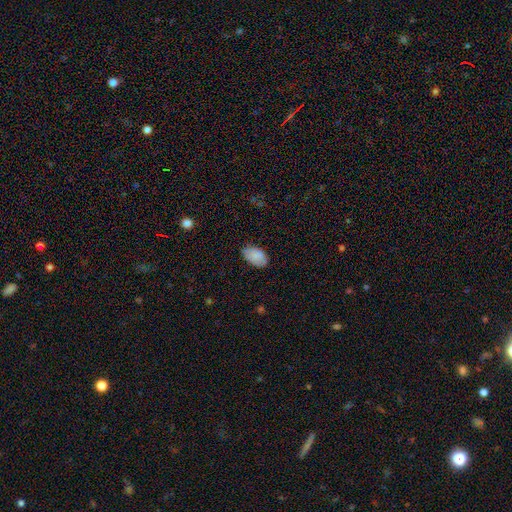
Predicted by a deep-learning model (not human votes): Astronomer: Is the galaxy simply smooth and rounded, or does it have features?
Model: smooth — 84%.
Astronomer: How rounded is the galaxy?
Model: in between — 93%.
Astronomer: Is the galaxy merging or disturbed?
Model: none — 75%.